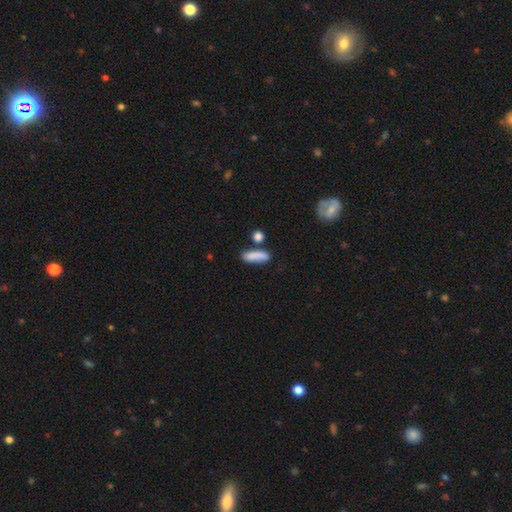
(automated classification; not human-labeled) Q: Smooth or featured?
A: smooth (78%); runner-up: featured or disk (13%)
Q: How rounded?
A: in between (47%); tied with: cigar-shaped (47%)
Q: Merging?
A: none (59%); runner-up: minor disturbance (19%)